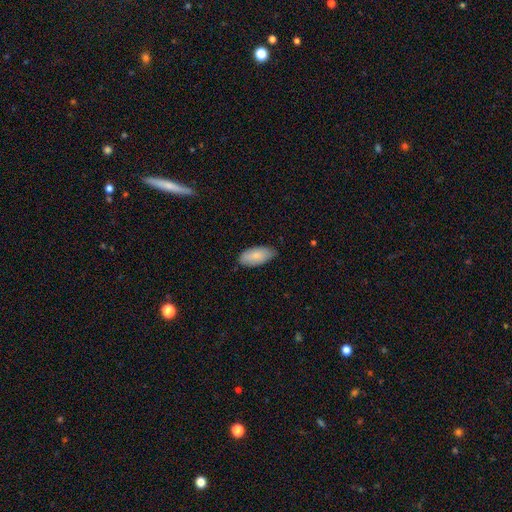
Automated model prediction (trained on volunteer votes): This is clearly a smooth galaxy (84%). How rounded: clearly in between (94%). Merging: likely none (76%).